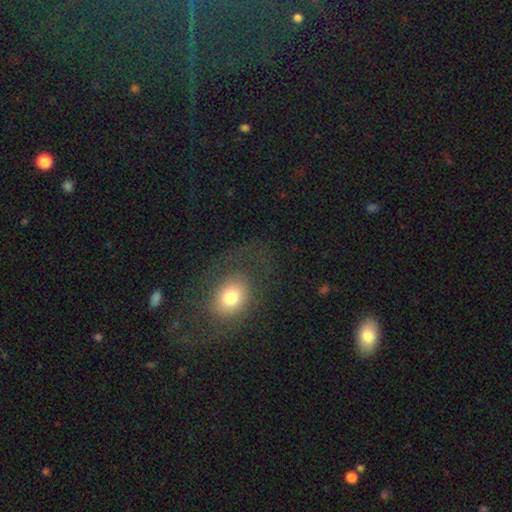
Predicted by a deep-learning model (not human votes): smooth_or_featured: featured or disk (p=0.47) [alt: smooth p=0.36]
merging: none (p=0.70) [alt: minor disturbance p=0.14]